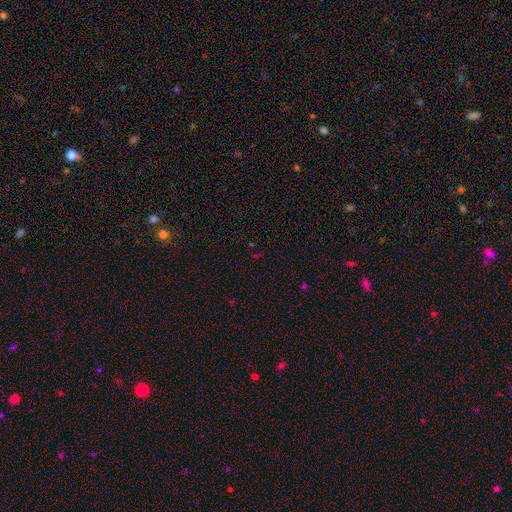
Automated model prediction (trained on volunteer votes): This is likely a star or artifact rather than a galaxy (69%).